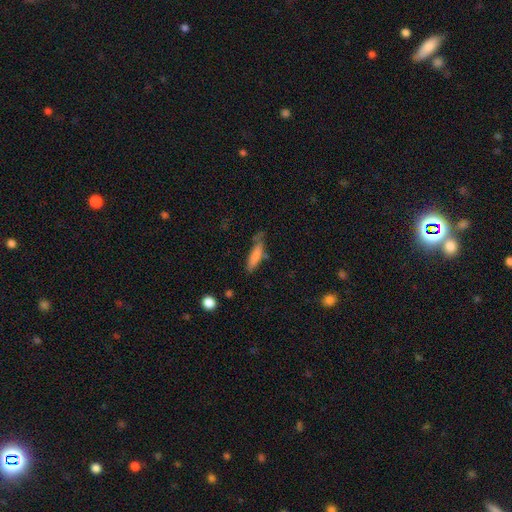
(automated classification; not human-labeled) This appears to be a smooth galaxy with no disk features (80%) that is cigar-shaped (71%). Merging: none (57%).